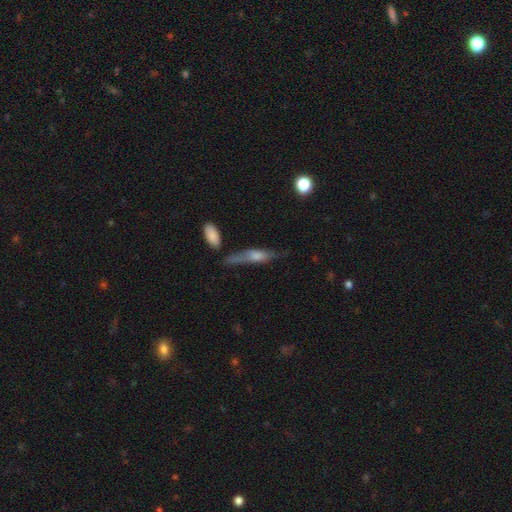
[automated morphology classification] Smooth or featured?
  - featured or disk: 53% *
  - smooth: 38%
  - star or artifact: 9%
Edge-on disk?
  - yes: 88% *
  - no: 12%
Merging?
  - none: 62% *
  - minor disturbance: 22%
  - major disturbance: 8%
  - merger: 7%